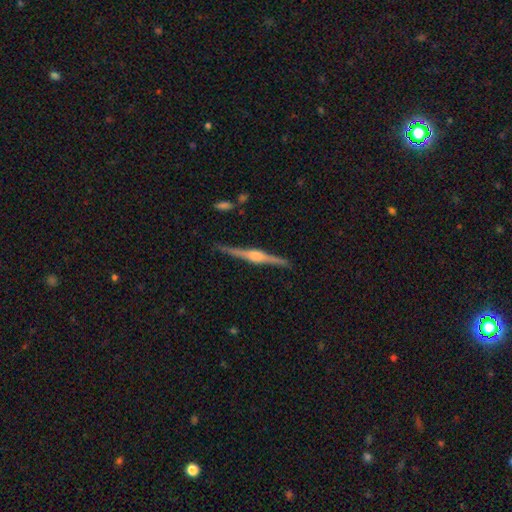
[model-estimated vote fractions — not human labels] The model was most divided on "smooth or featured": featured or disk: 86%, smooth: 9%, star or artifact: 5%. More confident: edge-on disk — yes (99%); merging — none (90%); edge-on bulge — rounded (87%).